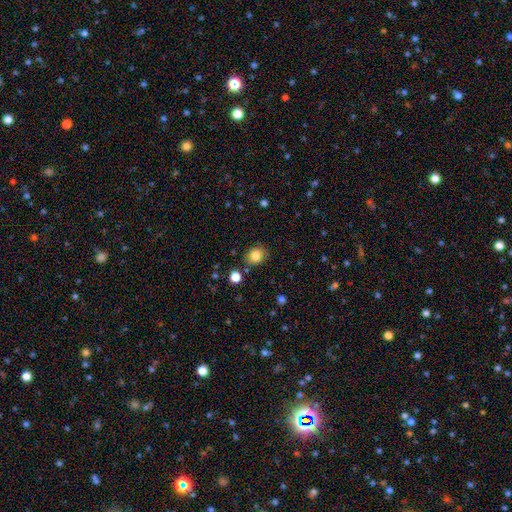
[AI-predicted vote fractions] Smooth or featured? smooth (83%)
How rounded? round (54%)
Merging? none (80%)